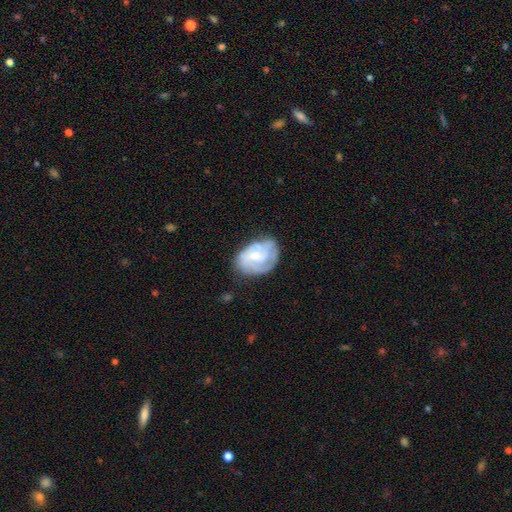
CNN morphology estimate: The model was most divided on "bar": no: 55%, weak: 38%, strong: 7%. More confident: edge-on disk — no (97%); spiral arms — yes (73%); smooth or featured — featured or disk (61%); merging — none (53%); bulge size — small (51%).